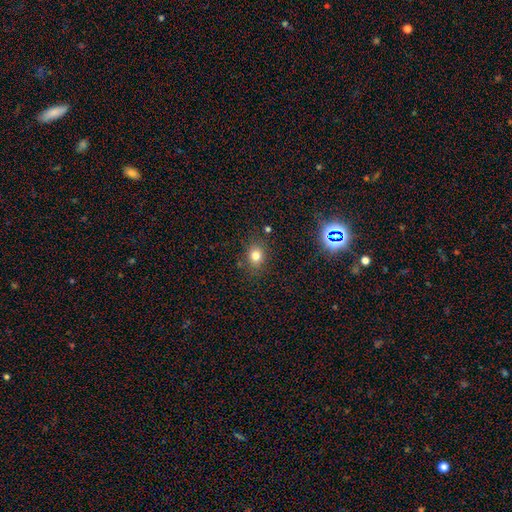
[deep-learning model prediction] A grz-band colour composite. It shows a smooth galaxy with no disk features (77%) that is round (59%). Merging: none (83%).